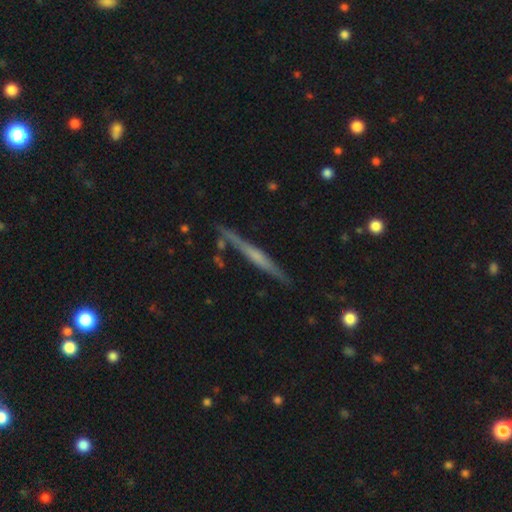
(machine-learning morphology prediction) smooth_or_featured: featured or disk (p=0.66) [alt: smooth p=0.28]
disk_edge_on: yes (p=0.97) [alt: no p=0.03]
edge_on_bulge: none (p=0.49) [alt: rounded p=0.37]
merging: none (p=0.85) [alt: minor disturbance p=0.10]